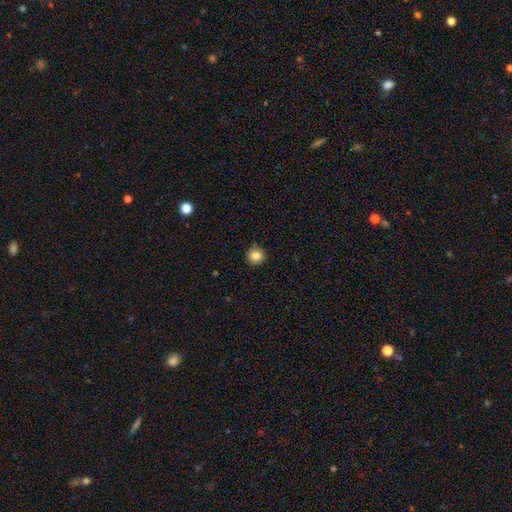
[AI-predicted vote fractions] A smooth galaxy with no disk features (83%) that is round (94%).

Vote fractions:
- Smooth or featured? smooth: 83% / star or artifact: 11% / featured or disk: 7%
- How rounded? round: 94% / in between: 5% / cigar-shaped: 1%
- Merging? none: 88% / minor disturbance: 8% / major disturbance: 2% / merger: 1%